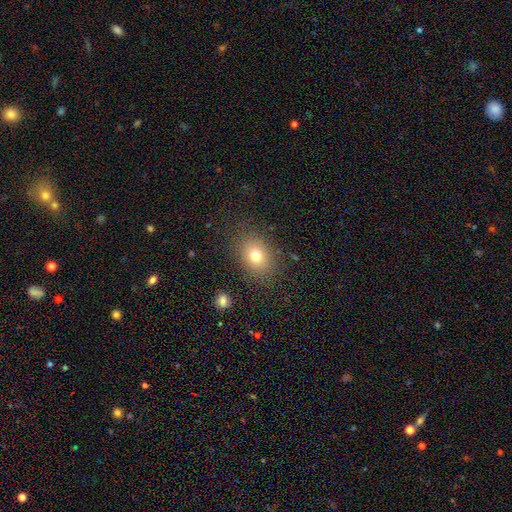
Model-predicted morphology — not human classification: A smooth galaxy with no disk features (77%) that is in between round and cigar-shaped (63%).

Vote fractions:
- Smooth or featured? smooth: 77% / star or artifact: 12% / featured or disk: 11%
- How rounded? in between: 63% / round: 35% / cigar-shaped: 1%
- Merging? none: 83% / minor disturbance: 11% / major disturbance: 5% / merger: 2%